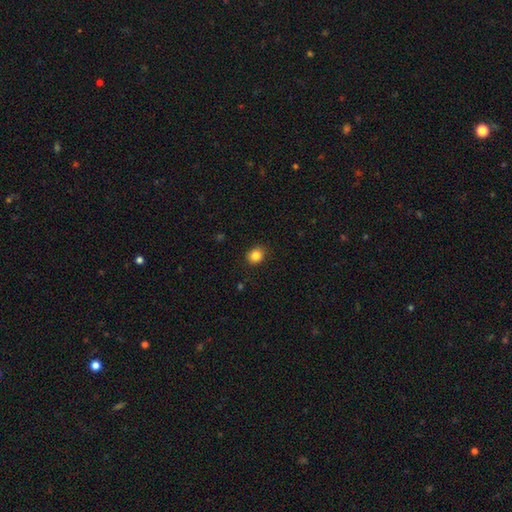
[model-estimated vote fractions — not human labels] A smooth galaxy with no disk features (85%) that is round (73%). Merging: none (88%).